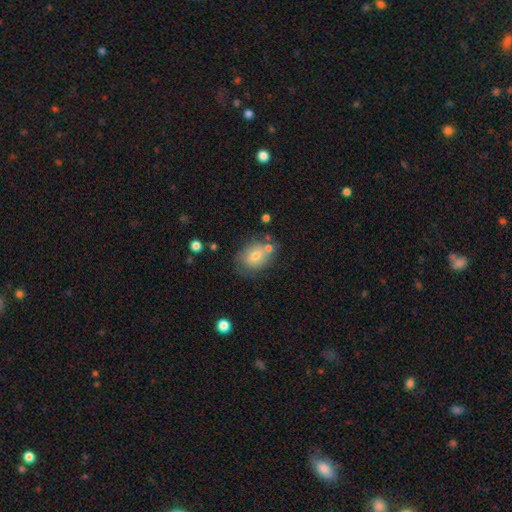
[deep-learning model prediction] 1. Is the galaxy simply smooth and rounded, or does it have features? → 68% smooth, 23% featured or disk, 9% star or artifact.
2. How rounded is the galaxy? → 64% in between, 35% round, 1% cigar-shaped.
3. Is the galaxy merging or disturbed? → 59% none, 21% minor disturbance, 13% merger, 7% major disturbance.